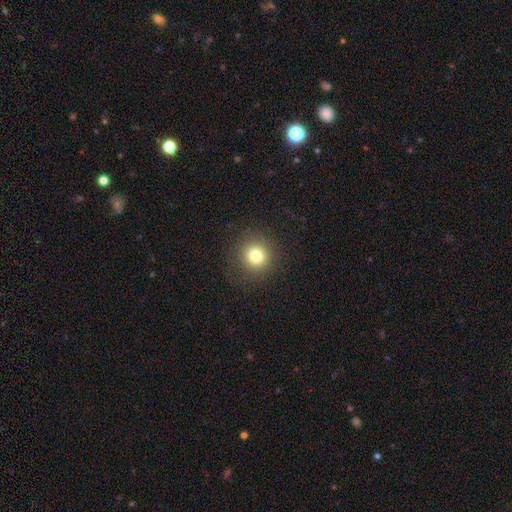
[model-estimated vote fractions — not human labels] A smooth galaxy with no disk features (78%) that is round (93%). Merging: none (88%).